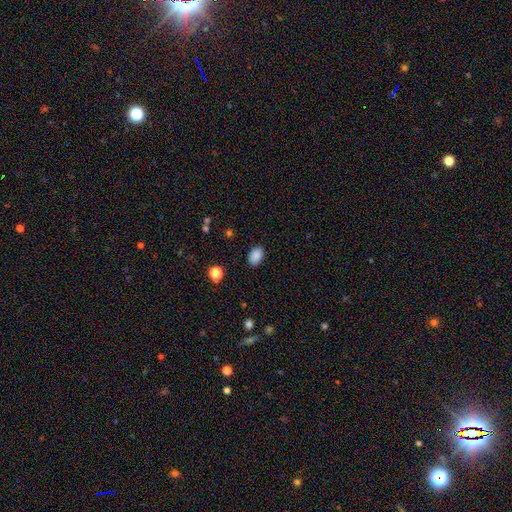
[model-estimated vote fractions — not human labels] A smooth galaxy with no disk features (88%) that is in between round and cigar-shaped (81%).

Vote fractions:
- Smooth or featured? smooth: 88% / star or artifact: 9% / featured or disk: 3%
- How rounded? in between: 81% / round: 18% / cigar-shaped: 1%
- Merging? none: 87% / minor disturbance: 10% / major disturbance: 3% / merger: 1%